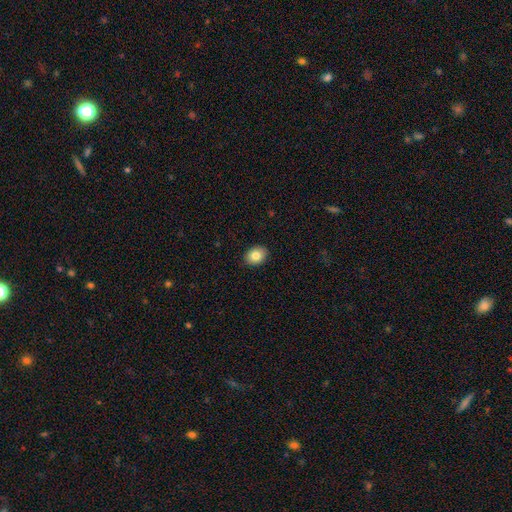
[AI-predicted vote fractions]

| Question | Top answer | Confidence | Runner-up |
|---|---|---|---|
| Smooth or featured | smooth | 82% | featured or disk (9%) |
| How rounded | in between | 59% | round (40%) |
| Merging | none | 90% | minor disturbance (7%) |